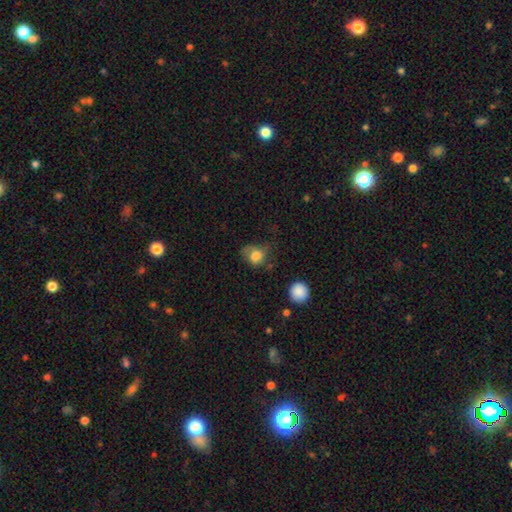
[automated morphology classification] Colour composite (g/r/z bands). It shows a smooth galaxy with no disk features (77%) that is round (59%). Merging: none (35%).